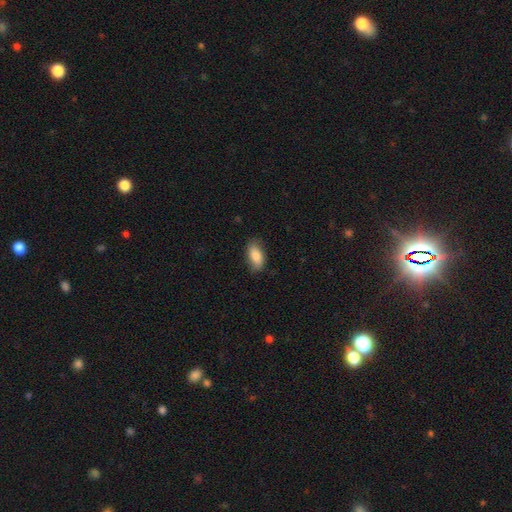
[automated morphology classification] The model was most divided on "merging": none: 78%, minor disturbance: 17%, major disturbance: 3%, merger: 1%. More confident: how rounded — in between (89%); smooth or featured — smooth (83%).